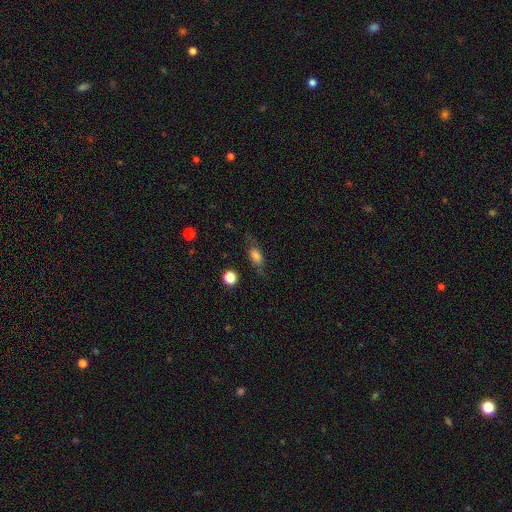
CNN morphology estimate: smooth_or_featured: smooth (p=0.58) [alt: featured or disk p=0.32]
how_rounded: in between (p=0.67) [alt: cigar-shaped p=0.22]
merging: none (p=0.67) [alt: minor disturbance p=0.21]